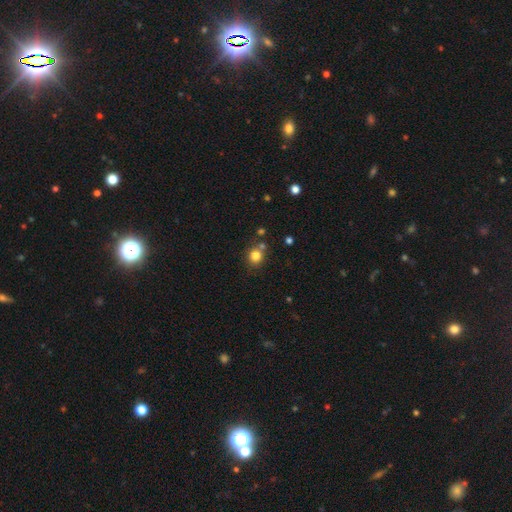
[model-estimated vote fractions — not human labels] Smooth or featured: smooth — 81% (star or artifact — 12%)
How rounded: round — 82% (in between — 17%)
Merging: none — 69% (merger — 15%)